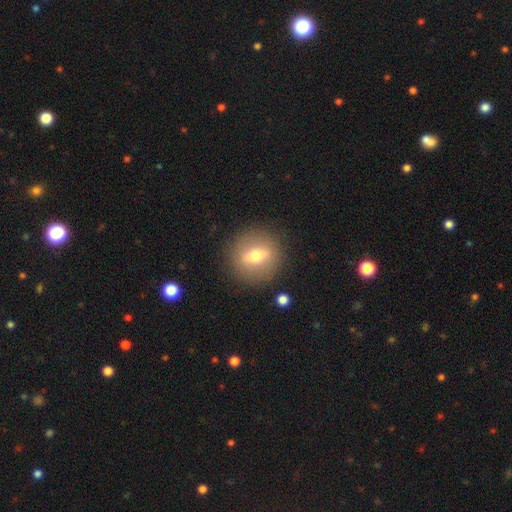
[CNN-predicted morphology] type=smooth (55%); roundness=round (88%); merging=none (87%).